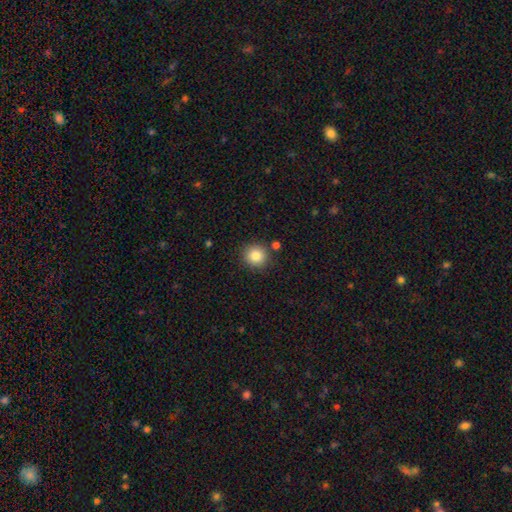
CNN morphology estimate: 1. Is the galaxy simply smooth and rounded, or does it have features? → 83% smooth, 10% star or artifact, 7% featured or disk.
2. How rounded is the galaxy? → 91% round, 8% in between, 1% cigar-shaped.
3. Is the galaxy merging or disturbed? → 85% none, 8% minor disturbance, 4% merger, 2% major disturbance.